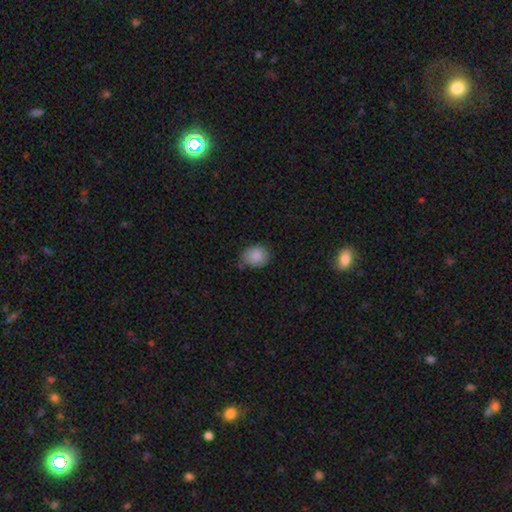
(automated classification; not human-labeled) Smooth or featured?
  - smooth: 86% *
  - star or artifact: 8%
  - featured or disk: 6%
How rounded?
  - in between: 51% *
  - round: 48%
  - cigar-shaped: 1%
Merging?
  - none: 69% *
  - minor disturbance: 23%
  - major disturbance: 4%
  - merger: 3%